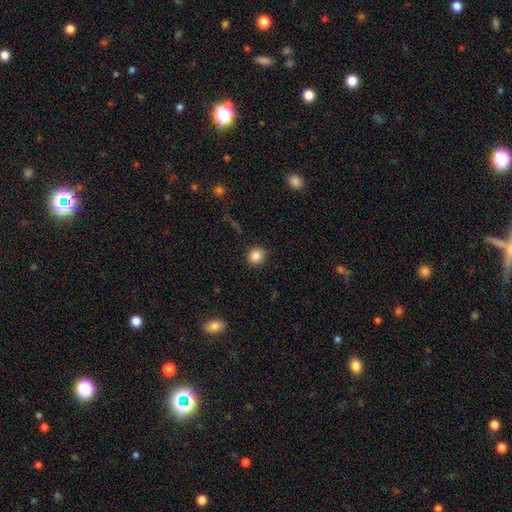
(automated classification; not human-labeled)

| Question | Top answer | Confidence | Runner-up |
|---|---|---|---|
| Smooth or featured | smooth | 86% | star or artifact (10%) |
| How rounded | round | 86% | in between (13%) |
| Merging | none | 85% | minor disturbance (10%) |